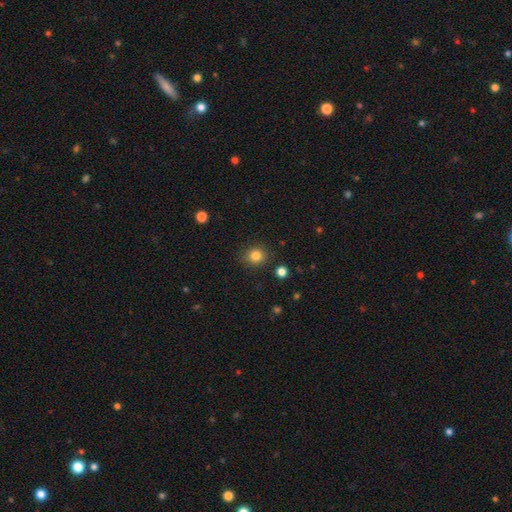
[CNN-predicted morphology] Q: Smooth or featured?
A: smooth (83%); runner-up: star or artifact (12%)
Q: How rounded?
A: round (81%); runner-up: in between (19%)
Q: Merging?
A: none (88%); runner-up: minor disturbance (8%)